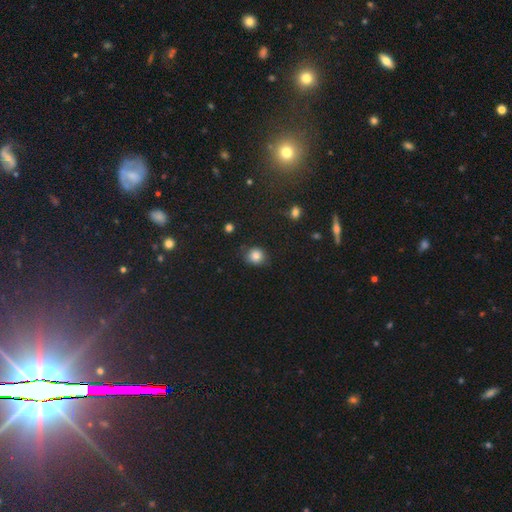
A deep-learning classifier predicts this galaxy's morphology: Smooth or featured: smooth — 84% (star or artifact — 11%)
How rounded: round — 83% (in between — 16%)
Merging: none — 78% (minor disturbance — 16%)